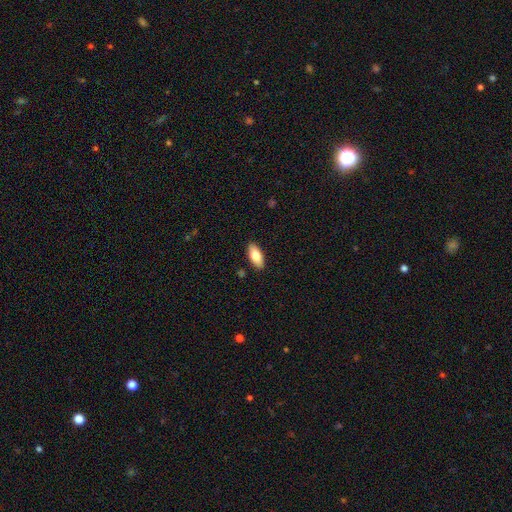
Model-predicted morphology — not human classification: Overall: smooth (78%). How rounded: in between (87%). Merging: none (89%).